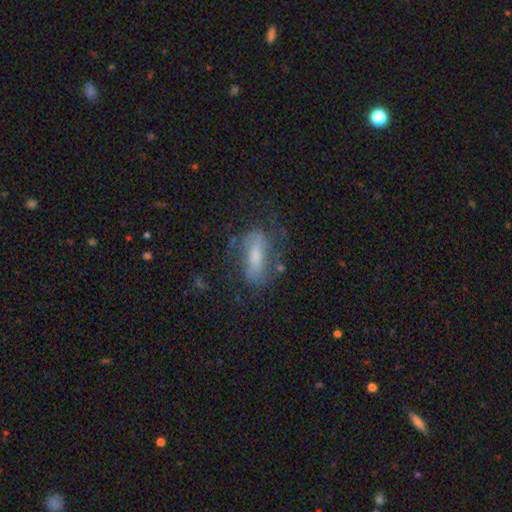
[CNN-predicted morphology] Smooth or featured: featured or disk — 56% (smooth — 35%)
Edge-on disk: no — 80% (yes — 20%)
Merging: none — 58% (minor disturbance — 21%)